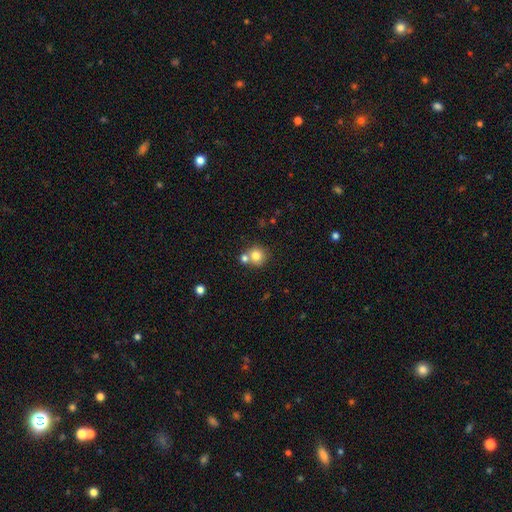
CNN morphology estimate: A smooth galaxy with no disk features (79%) that is round (90%). Merging: none (57%).